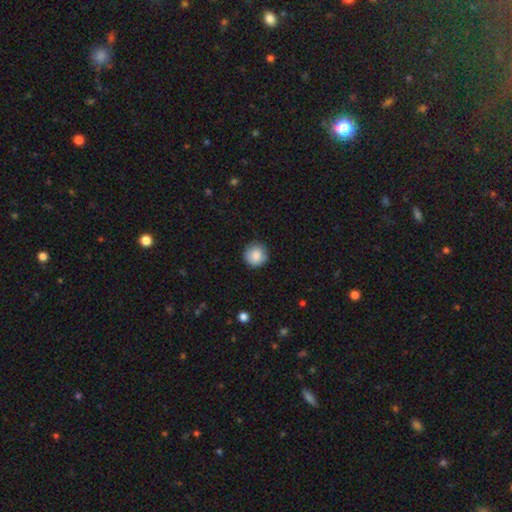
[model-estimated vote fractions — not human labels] smooth_or_featured: smooth (p=0.86) [alt: star or artifact p=0.08]
how_rounded: round (p=0.94) [alt: in between p=0.05]
merging: none (p=0.87) [alt: minor disturbance p=0.10]